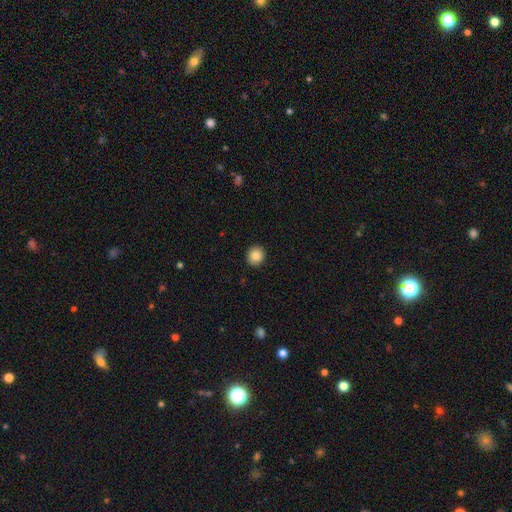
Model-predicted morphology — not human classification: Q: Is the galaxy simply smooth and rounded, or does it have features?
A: smooth — 87%.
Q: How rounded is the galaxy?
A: round — 86%.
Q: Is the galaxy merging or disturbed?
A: none — 92%.